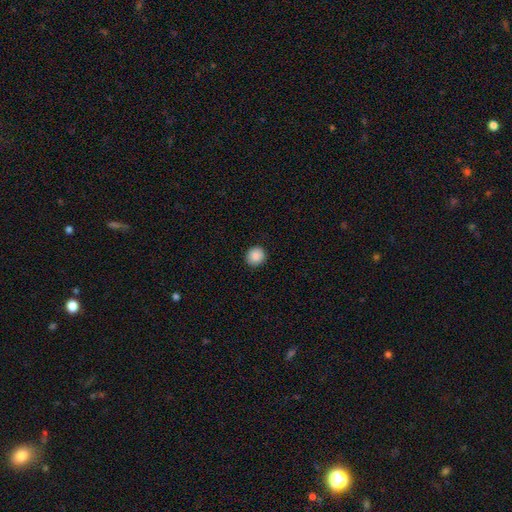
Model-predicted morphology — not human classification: Smooth or featured?
  - smooth: 89% *
  - star or artifact: 8%
  - featured or disk: 3%
How rounded?
  - round: 91% *
  - in between: 8%
  - cigar-shaped: 1%
Merging?
  - none: 92% *
  - minor disturbance: 5%
  - major disturbance: 2%
  - merger: 1%